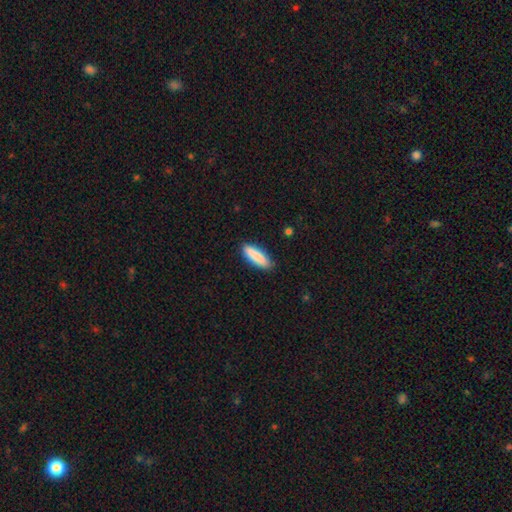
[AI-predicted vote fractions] Morphology: type=smooth (88%); roundness=cigar-shaped (57%); merging=none (86%).